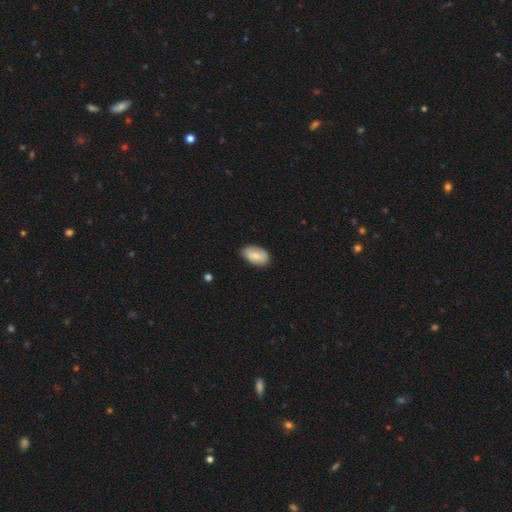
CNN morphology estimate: Smooth or featured: smooth — 74% (featured or disk — 19%)
How rounded: in between — 93% (round — 5%)
Merging: none — 80% (minor disturbance — 16%)